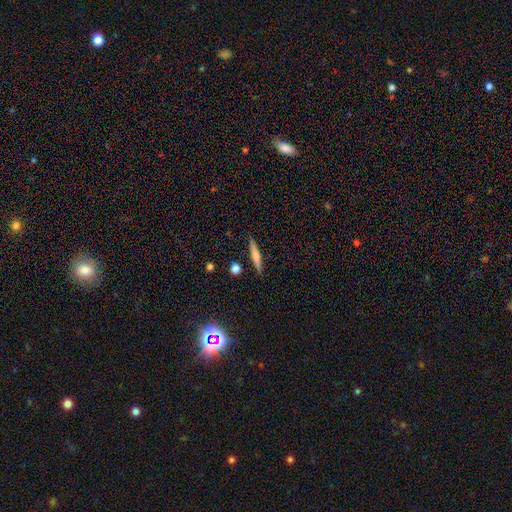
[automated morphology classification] smooth 57%, featured or disk 36%, star or artifact 7%. Down the decision tree: how rounded — cigar-shaped (92%); merging — none (88%).